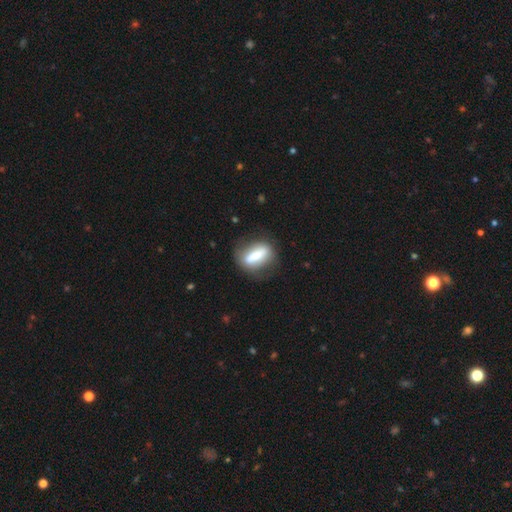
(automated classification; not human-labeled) Smooth or featured? Predicted: smooth (p=0.46, tied with featured or disk). Merging? Predicted: none (p=0.76).